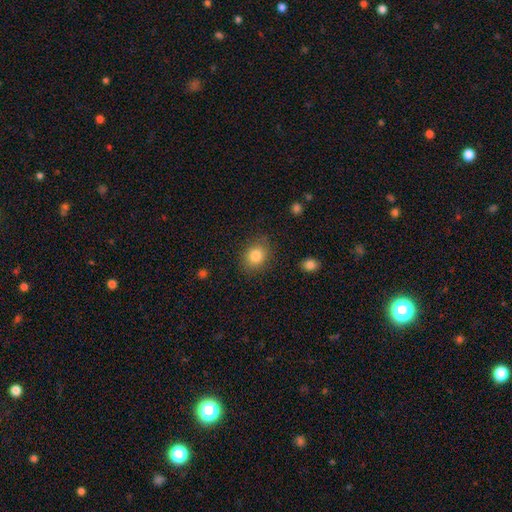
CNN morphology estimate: The model was most divided on "how rounded": round: 58%, in between: 41%, cigar-shaped: 1%. More confident: smooth or featured — smooth (84%); merging — none (82%).